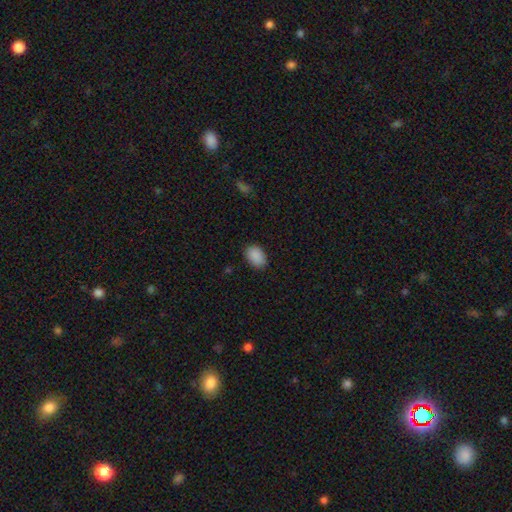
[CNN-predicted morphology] Overall: smooth (90%). How rounded: in between (84%). Merging: none (86%).